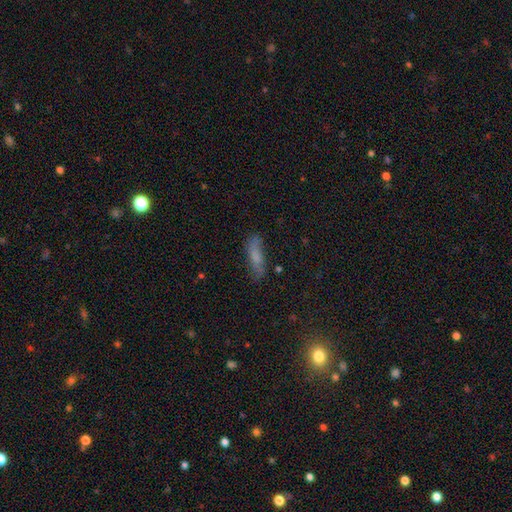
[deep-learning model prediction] Smooth or featured: smooth — 66% (featured or disk — 23%)
How rounded: cigar-shaped — 62% (in between — 35%)
Merging: none — 69% (minor disturbance — 22%)